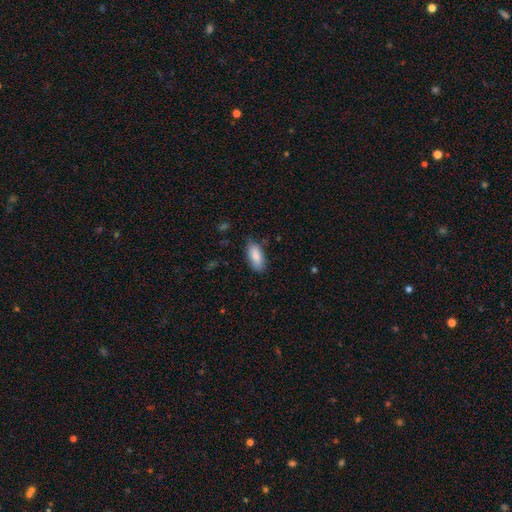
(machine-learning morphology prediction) type=smooth (86%); roundness=in between (90%); merging=none (77%).